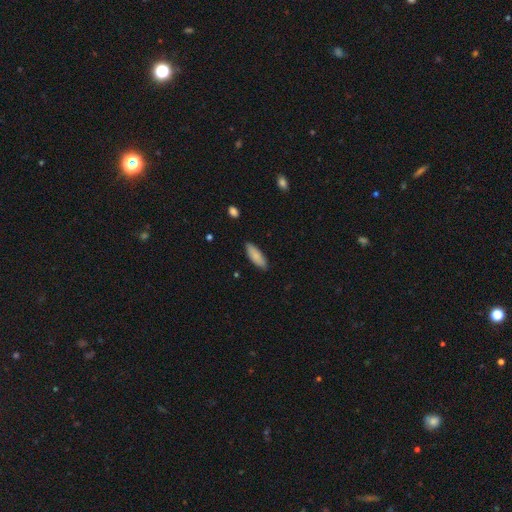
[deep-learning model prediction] Smooth or featured? smooth (85%)
How rounded? in between (61%)
Merging? none (87%)